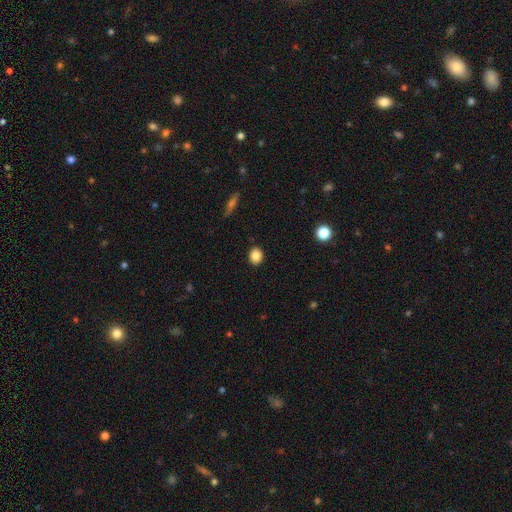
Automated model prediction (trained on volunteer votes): A smooth galaxy with no disk features (86%) that is round (66%).

Vote fractions:
- Smooth or featured? smooth: 86% / star or artifact: 9% / featured or disk: 5%
- How rounded? round: 66% / in between: 32% / cigar-shaped: 1%
- Merging? none: 90% / minor disturbance: 7% / major disturbance: 2% / merger: 1%